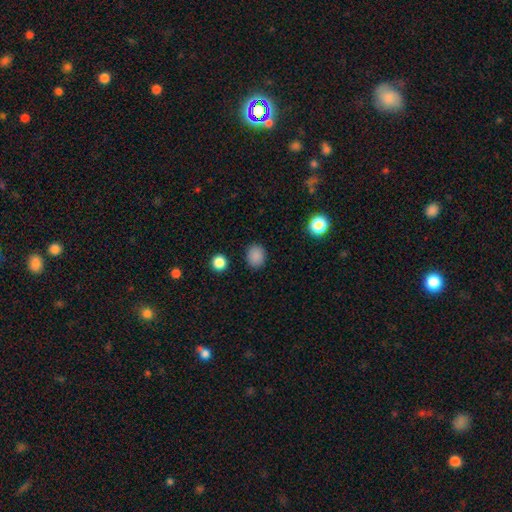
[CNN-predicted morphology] Smooth or featured?
  - smooth: 86% *
  - star or artifact: 11%
  - featured or disk: 3%
How rounded?
  - round: 63% *
  - in between: 36%
  - cigar-shaped: 1%
Merging?
  - none: 88% *
  - minor disturbance: 8%
  - major disturbance: 2%
  - merger: 1%